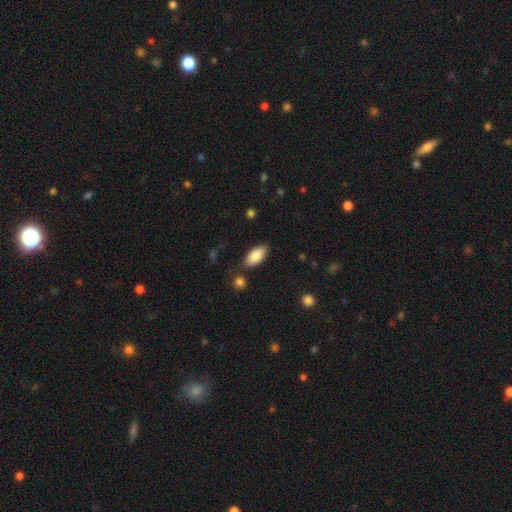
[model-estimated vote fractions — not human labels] Smooth or featured?
  - smooth: 84% *
  - featured or disk: 9%
  - star or artifact: 6%
How rounded?
  - in between: 90% *
  - cigar-shaped: 7%
  - round: 2%
Merging?
  - none: 81% *
  - minor disturbance: 13%
  - merger: 4%
  - major disturbance: 3%